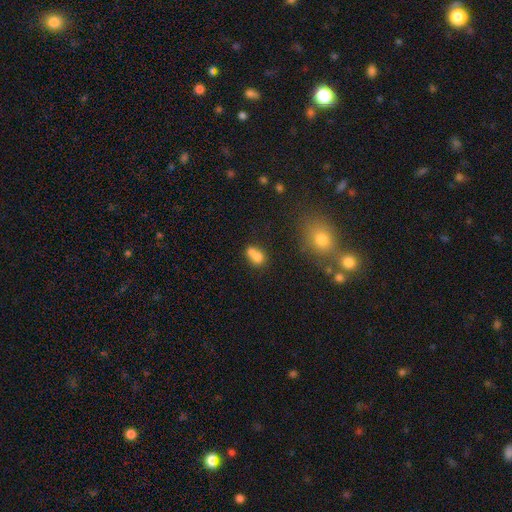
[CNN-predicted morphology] Smooth or featured? smooth (72%)
How rounded? round (52%)
Merging? merger (61%)